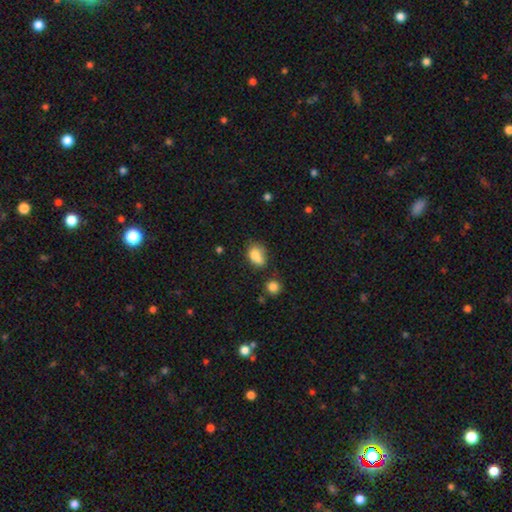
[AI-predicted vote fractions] A smooth galaxy with no disk features (80%) that is in between round and cigar-shaped (76%).

Vote fractions:
- Smooth or featured? smooth: 80% / star or artifact: 11% / featured or disk: 9%
- How rounded? in between: 76% / round: 22% / cigar-shaped: 2%
- Merging? none: 45% / minor disturbance: 28% / merger: 17% / major disturbance: 10%